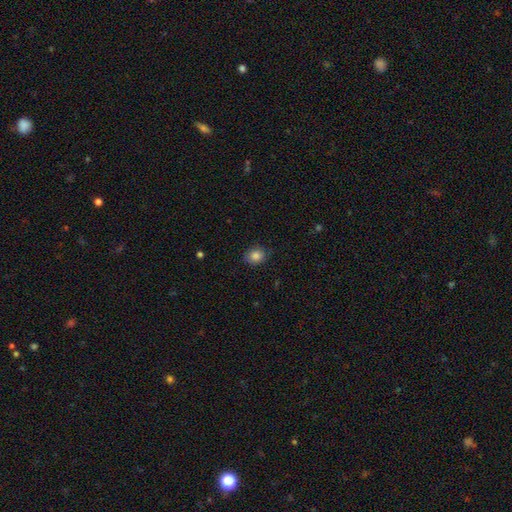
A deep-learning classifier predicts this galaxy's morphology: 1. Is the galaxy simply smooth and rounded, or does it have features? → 85% smooth, 9% star or artifact, 6% featured or disk.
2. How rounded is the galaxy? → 62% round, 37% in between, 1% cigar-shaped.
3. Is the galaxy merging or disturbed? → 81% none, 15% minor disturbance, 3% major disturbance, 1% merger.